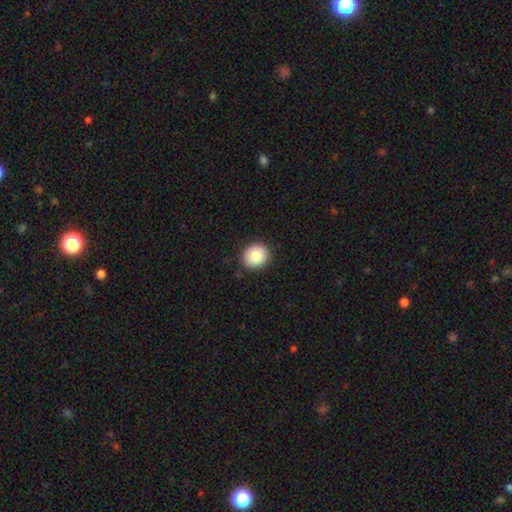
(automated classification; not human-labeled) This is clearly a smooth galaxy (82%). How rounded: clearly round (85%). Merging: clearly none (90%).